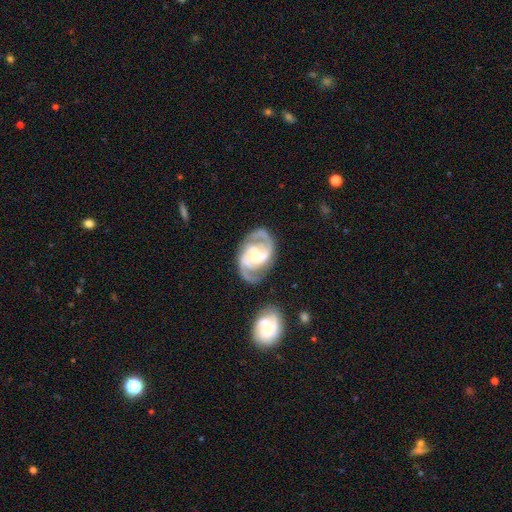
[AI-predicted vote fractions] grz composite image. It shows a featured or disk galaxy (92%) with a weak bar (43%), 2 (82%) medium (52%) spiral arms (98%) and a moderate central bulge (65%). Merging: none (76%).